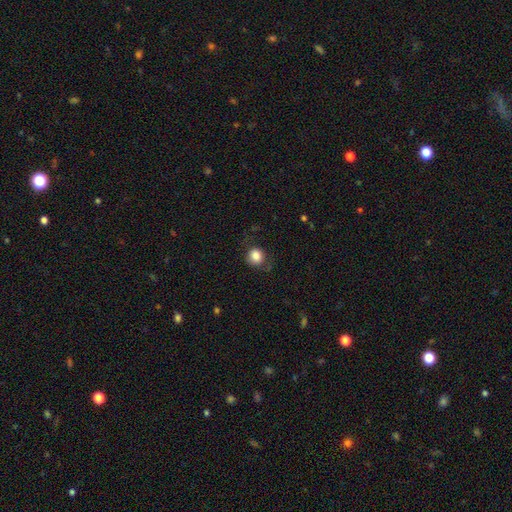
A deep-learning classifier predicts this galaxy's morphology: This is clearly a smooth galaxy (85%). How rounded: clearly round (84%). Merging: likely none (74%).